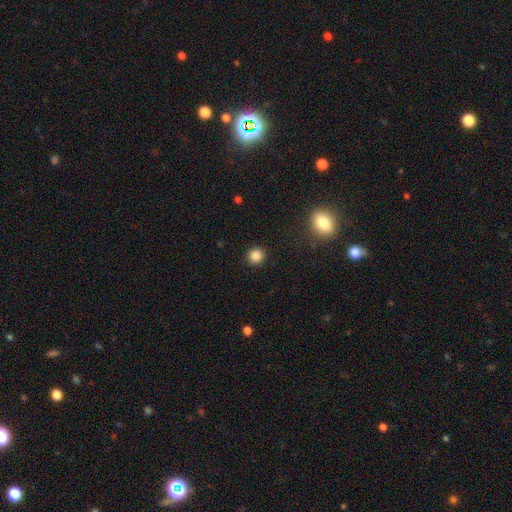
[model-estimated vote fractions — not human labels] This is clearly a smooth galaxy (85%). How rounded: clearly round (93%). Merging: clearly none (92%).